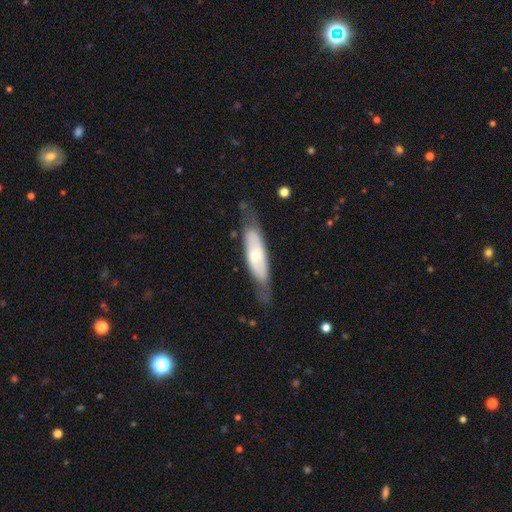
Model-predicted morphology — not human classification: Smooth or featured? Predicted: featured or disk (p=0.53). Edge-on disk? Predicted: no (p=0.63). Merging? Predicted: none (p=0.65).